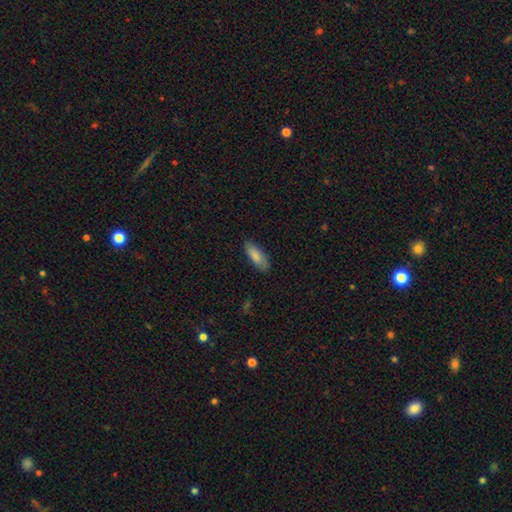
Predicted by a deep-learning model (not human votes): Morphology: type=smooth (84%); roundness=in between (71%); merging=none (84%).